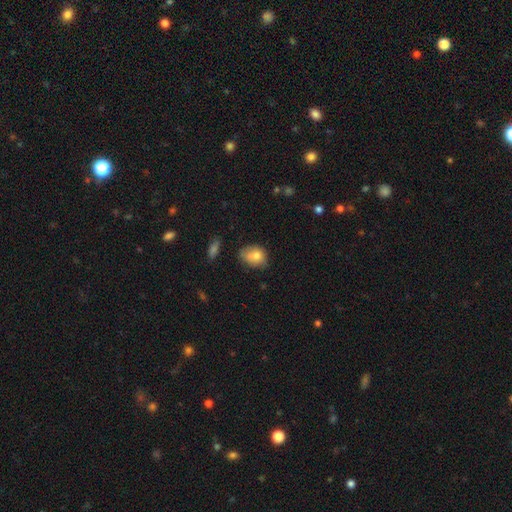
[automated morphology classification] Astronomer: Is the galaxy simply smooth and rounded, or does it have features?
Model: smooth — 75%.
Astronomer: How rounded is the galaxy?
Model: in between — 57% (runner-up: round, 42%).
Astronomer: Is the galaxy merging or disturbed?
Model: none — 53% (runner-up: minor disturbance, 35%).